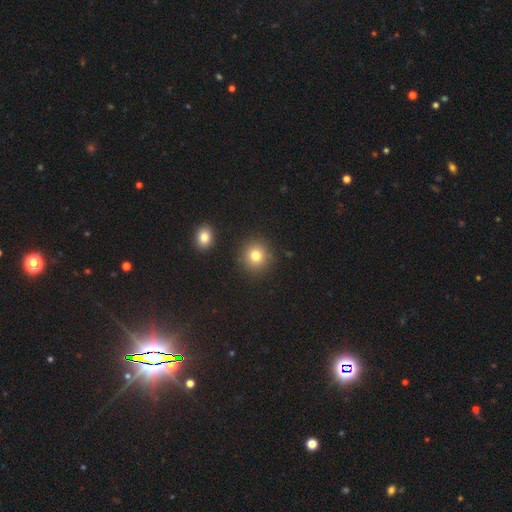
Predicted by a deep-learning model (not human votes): smooth_or_featured: smooth (p=0.79) [alt: star or artifact p=0.13]
how_rounded: round (p=0.90) [alt: in between p=0.10]
merging: none (p=0.88) [alt: minor disturbance p=0.06]